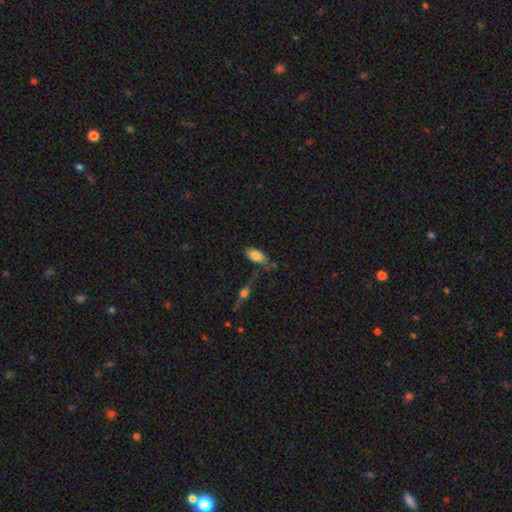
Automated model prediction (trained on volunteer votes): smooth-or-featured: smooth: 78% | featured or disk: 15% | star or artifact: 8%
  how-rounded: in between: 88% | cigar-shaped: 9% | round: 3%
  merging: none: 59% | minor disturbance: 25% | merger: 9% | major disturbance: 7%